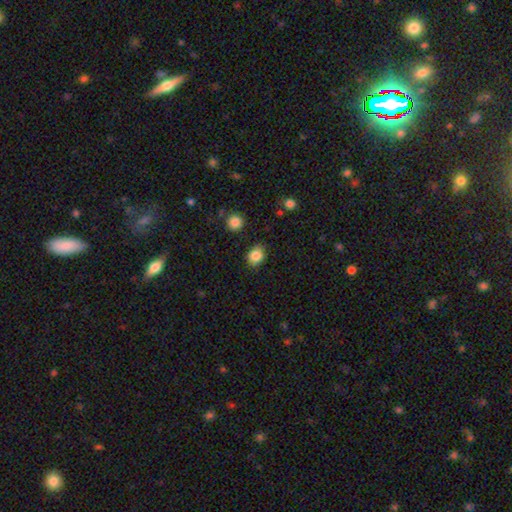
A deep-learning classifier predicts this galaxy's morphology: A smooth galaxy with no disk features (84%) that is in between round and cigar-shaped (52%).

Vote fractions:
- Smooth or featured? smooth: 84% / star or artifact: 10% / featured or disk: 6%
- How rounded? in between: 52% / round: 47% / cigar-shaped: 1%
- Merging? none: 82% / minor disturbance: 13% / major disturbance: 3% / merger: 2%